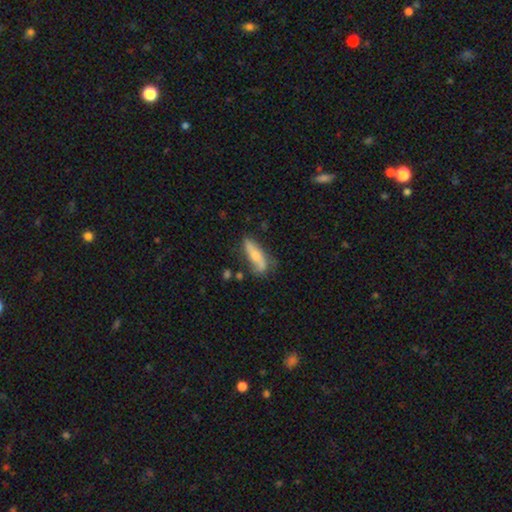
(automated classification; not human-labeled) This is possibly a smooth galaxy (56%). How rounded: possibly cigar-shaped (50%). Merging: possibly none (56%).